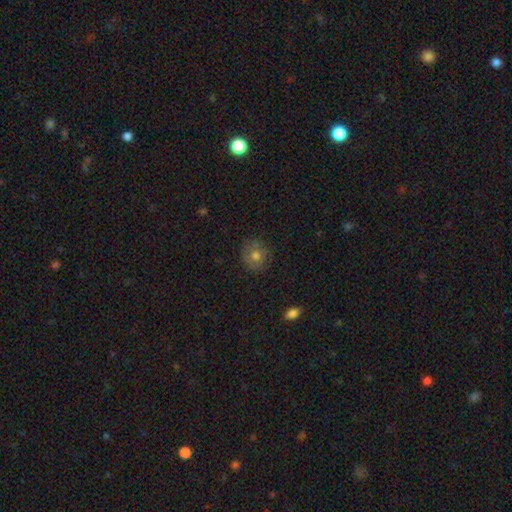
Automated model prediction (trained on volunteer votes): Overall: smooth (69%). How rounded: round (86%). Merging: none (83%).